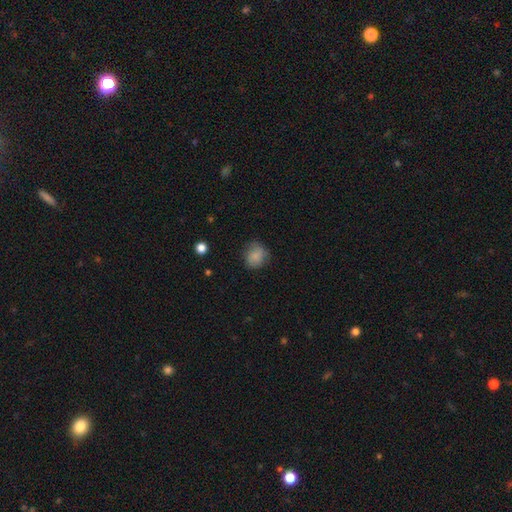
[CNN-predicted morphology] type=smooth (81%); roundness=round (74%); merging=none (70%).